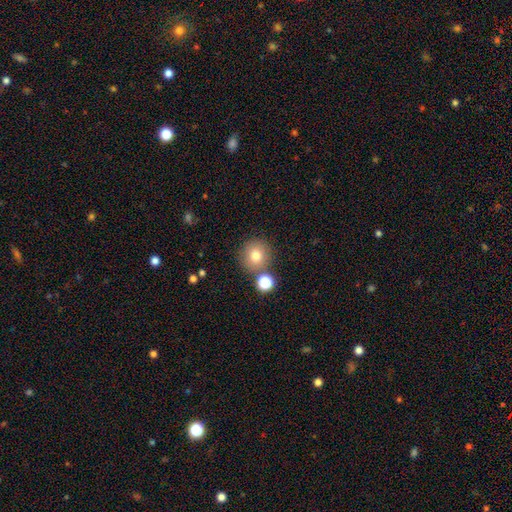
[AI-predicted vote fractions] Q: Smooth or featured?
A: smooth (76%); runner-up: star or artifact (13%)
Q: How rounded?
A: round (93%); runner-up: in between (6%)
Q: Merging?
A: none (78%); runner-up: merger (11%)